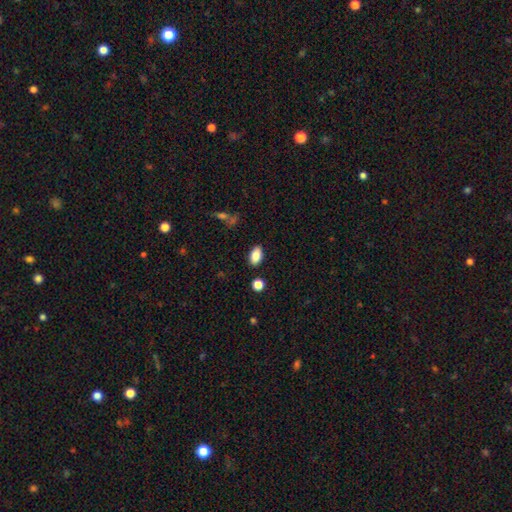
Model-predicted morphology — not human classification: The model was most divided on "smooth or featured": smooth: 86%, star or artifact: 8%, featured or disk: 6%. More confident: how rounded — in between (90%); merging — none (86%).